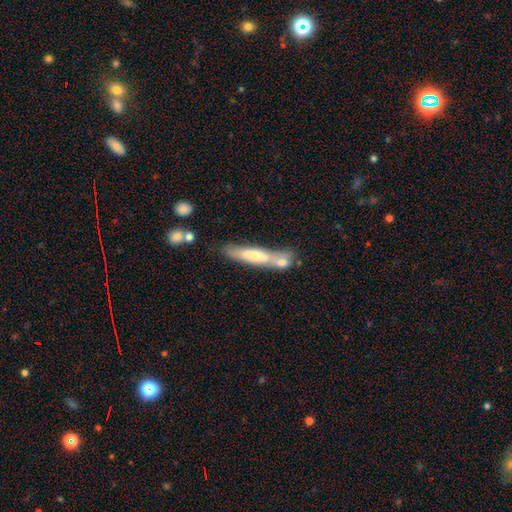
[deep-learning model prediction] Overall: smooth (55%; featured or disk 39%). How rounded: cigar-shaped (81%). Merging: merger (43%; none 39%).